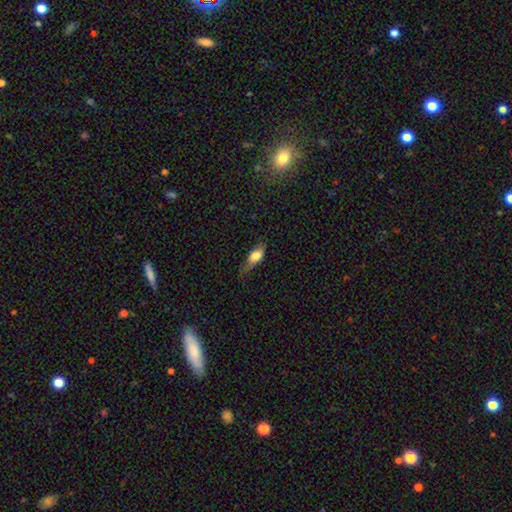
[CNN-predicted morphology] This appears to be a smooth galaxy with no disk features (71%) that is in between round and cigar-shaped (71%). Merging: none (52%).